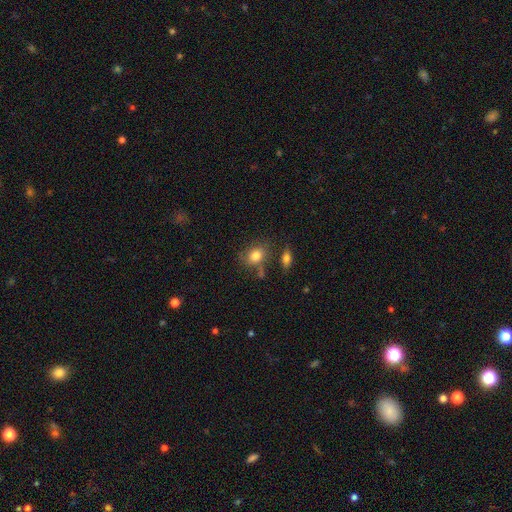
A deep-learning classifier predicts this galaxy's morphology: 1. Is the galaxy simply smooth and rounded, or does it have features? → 81% smooth, 10% featured or disk, 9% star or artifact.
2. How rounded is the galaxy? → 59% in between, 40% round, 1% cigar-shaped.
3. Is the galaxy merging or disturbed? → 64% none, 19% minor disturbance, 11% merger, 6% major disturbance.